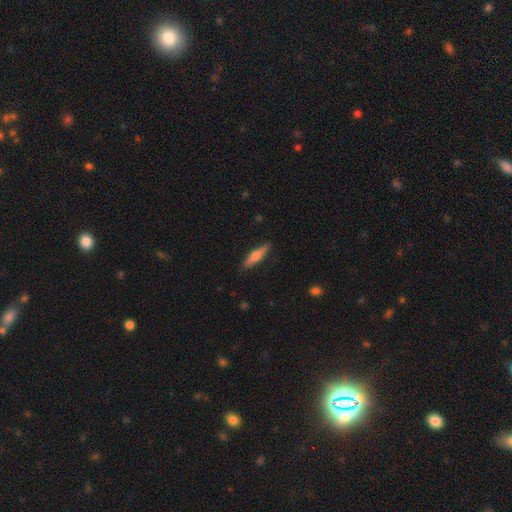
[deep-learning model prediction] smooth 47% (tied), featured or disk 47% (tied), star or artifact 6%. Down the decision tree: merging — none (88%).